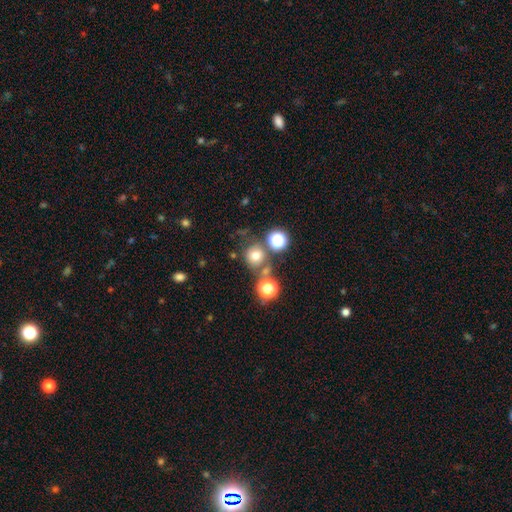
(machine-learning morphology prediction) Overall: smooth (68%). How rounded: round (87%). Merging: none (67%).